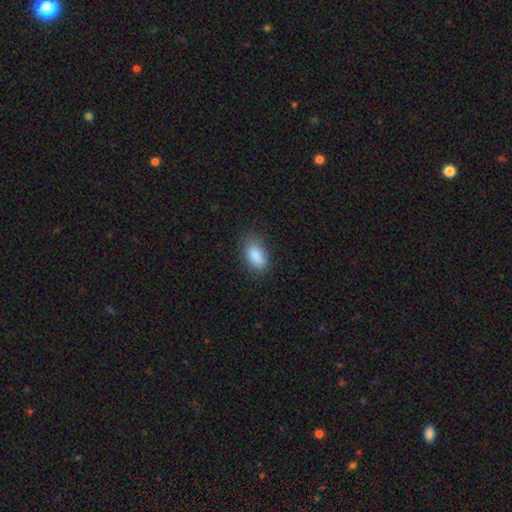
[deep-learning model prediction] Smooth or featured?
  - smooth: 88% *
  - star or artifact: 7%
  - featured or disk: 5%
How rounded?
  - in between: 91% *
  - round: 5%
  - cigar-shaped: 3%
Merging?
  - none: 76% *
  - minor disturbance: 19%
  - major disturbance: 5%
  - merger: 1%